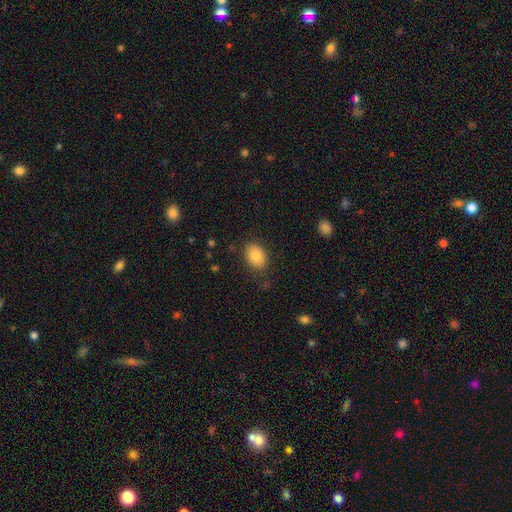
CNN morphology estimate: This is clearly a smooth galaxy (84%). How rounded: likely in between (74%). Merging: clearly none (82%).